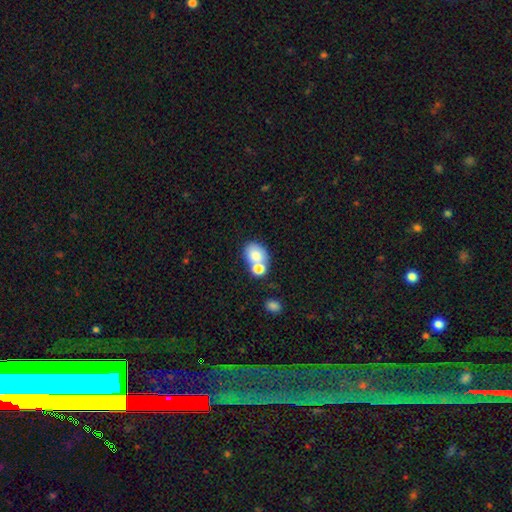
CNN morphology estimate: This appears to be a smooth galaxy with no disk features (77%) that is in between round and cigar-shaped (66%). Merging: merger (42%, tied with none).